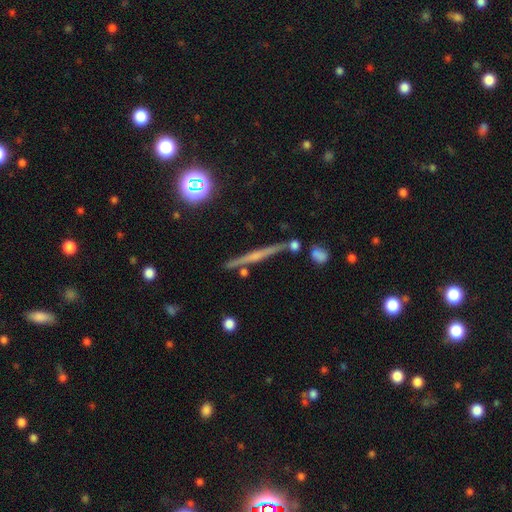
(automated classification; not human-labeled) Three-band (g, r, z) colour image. It shows a featured or disk galaxy (66%) viewed edge-on (97%) with a rounded central bulge (52%). Merging: none (85%).